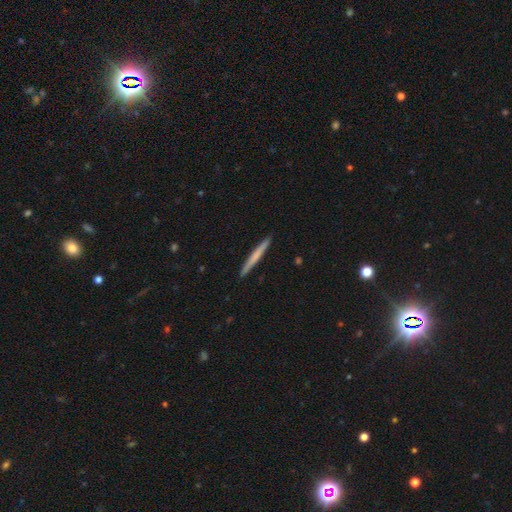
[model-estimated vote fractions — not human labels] The model was most divided on "smooth or featured": smooth: 55%, featured or disk: 40%, star or artifact: 5%. More confident: how rounded — cigar-shaped (97%); merging — none (93%).